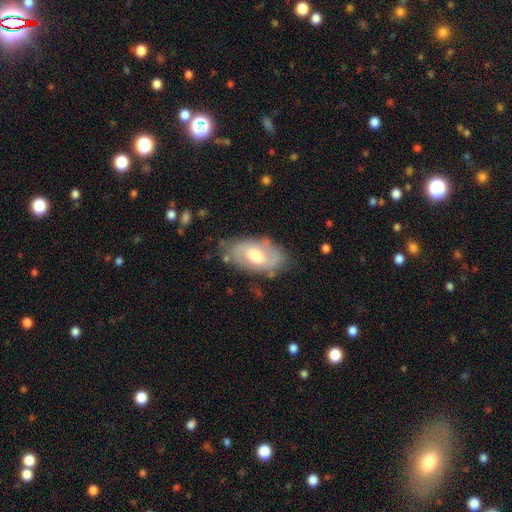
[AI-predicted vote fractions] smooth_or_featured: featured or disk (p=0.53) [alt: smooth p=0.41]
disk_edge_on: no (p=0.93) [alt: yes p=0.07]
merging: none (p=0.72) [alt: minor disturbance p=0.20]